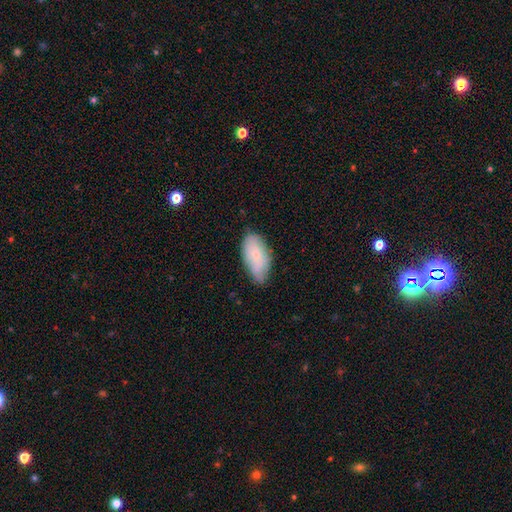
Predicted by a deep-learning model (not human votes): smooth 73%, featured or disk 20%, star or artifact 7%. Down the decision tree: how rounded — in between (94%); merging — none (60%).